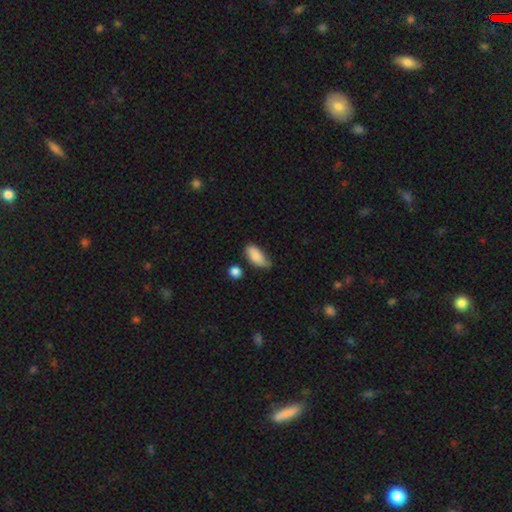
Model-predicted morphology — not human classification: Smooth or featured? smooth (84%)
How rounded? in between (87%)
Merging? none (54%)